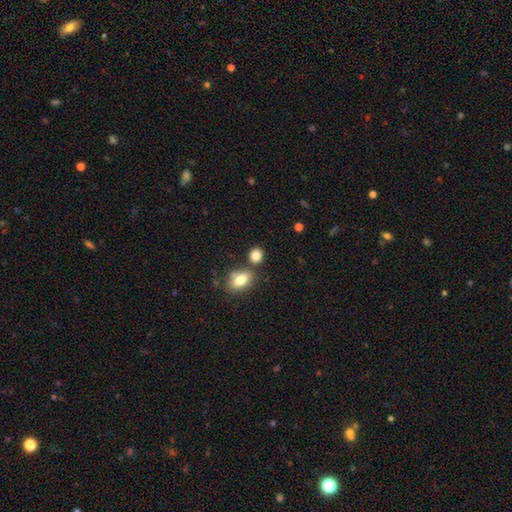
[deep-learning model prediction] Overall: smooth (85%). How rounded: round (61%; in between 37%). Merging: none (70%).